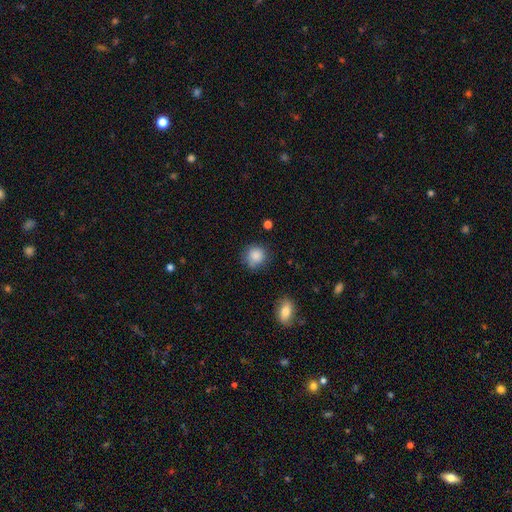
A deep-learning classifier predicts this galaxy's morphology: smooth 86%, star or artifact 9%, featured or disk 5%. Down the decision tree: how rounded — round (89%); merging — none (76%).